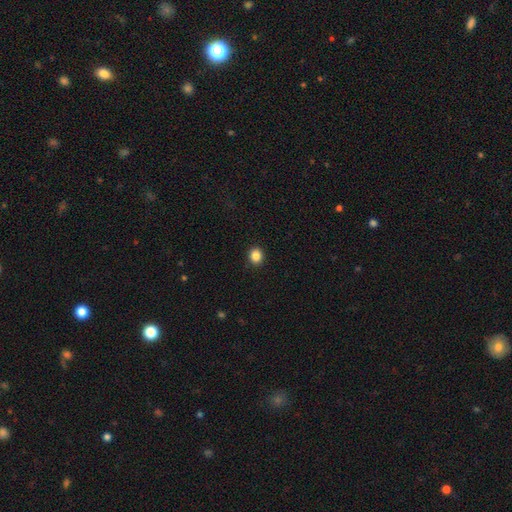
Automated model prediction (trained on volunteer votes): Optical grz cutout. It shows a smooth galaxy with no disk features (86%) that is round (79%). Merging: none (92%).